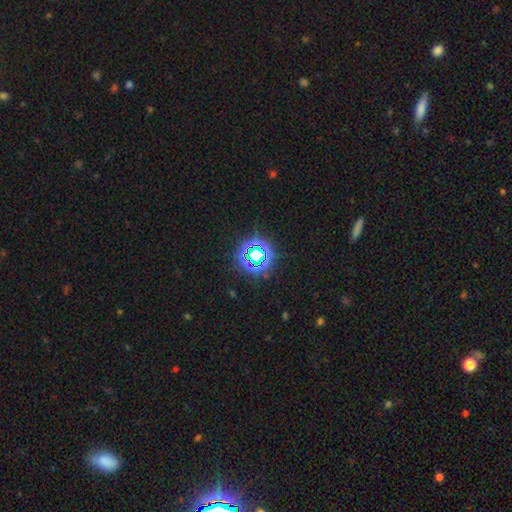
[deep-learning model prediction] Overall: star or artifact (66%).